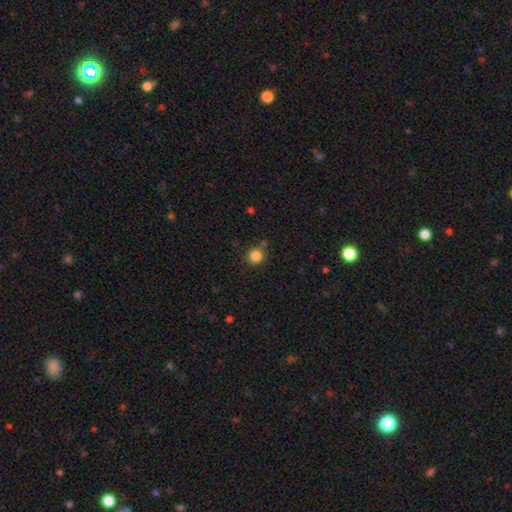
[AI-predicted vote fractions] Smooth or featured? smooth (84%)
How rounded? round (91%)
Merging? none (80%)